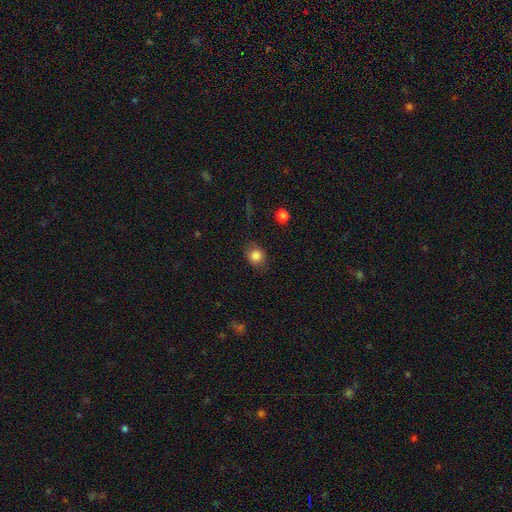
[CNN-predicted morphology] Smooth or featured? smooth (83%)
How rounded? round (59%)
Merging? none (78%)